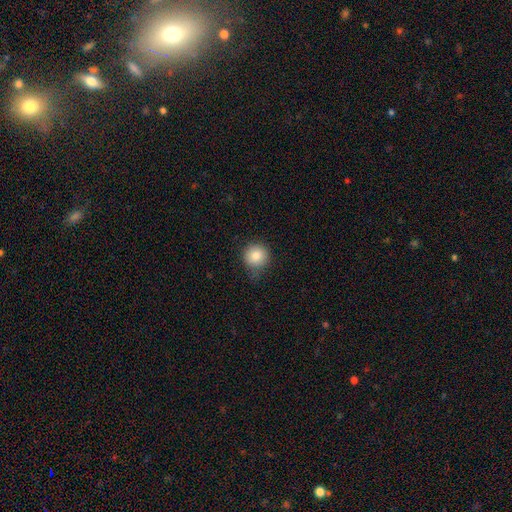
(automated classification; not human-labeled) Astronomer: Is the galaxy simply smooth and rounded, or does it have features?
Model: smooth — 83%.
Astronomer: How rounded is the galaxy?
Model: round — 93%.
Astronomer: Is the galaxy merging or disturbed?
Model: none — 73%.